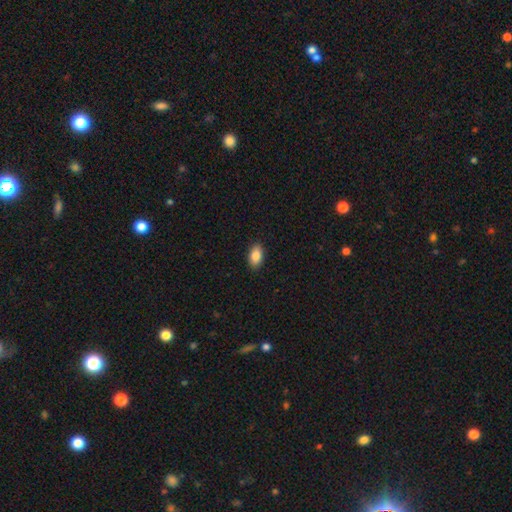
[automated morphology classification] Q: Smooth or featured?
A: smooth (86%); runner-up: star or artifact (7%)
Q: How rounded?
A: in between (92%); runner-up: round (6%)
Q: Merging?
A: none (90%); runner-up: minor disturbance (8%)